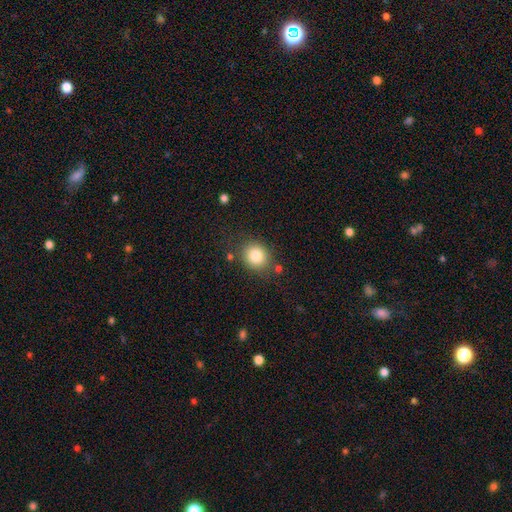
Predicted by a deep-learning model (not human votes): smooth_or_featured: smooth (p=0.83) [alt: star or artifact p=0.10]
how_rounded: round (p=0.74) [alt: in between p=0.25]
merging: none (p=0.80) [alt: minor disturbance p=0.12]